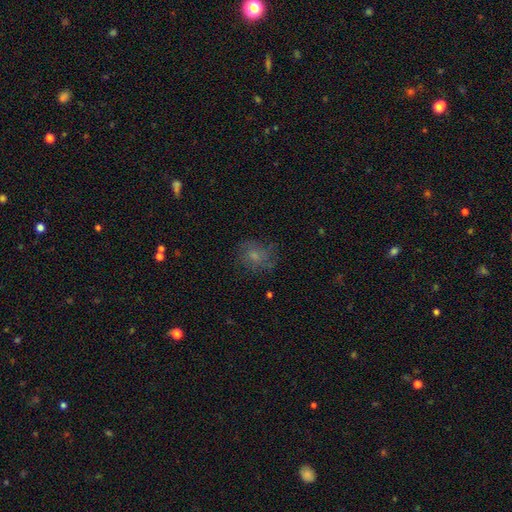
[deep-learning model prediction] Smooth or featured?
  - smooth: 58% *
  - featured or disk: 27%
  - star or artifact: 15%
How rounded?
  - round: 70% *
  - in between: 29%
  - cigar-shaped: 1%
Merging?
  - none: 70% *
  - minor disturbance: 19%
  - major disturbance: 10%
  - merger: 1%